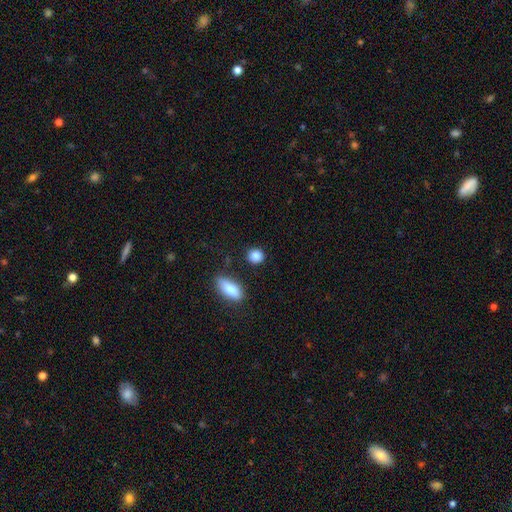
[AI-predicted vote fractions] This appears to be a smooth galaxy with no disk features (86%) that is round (81%). Merging: none (85%).